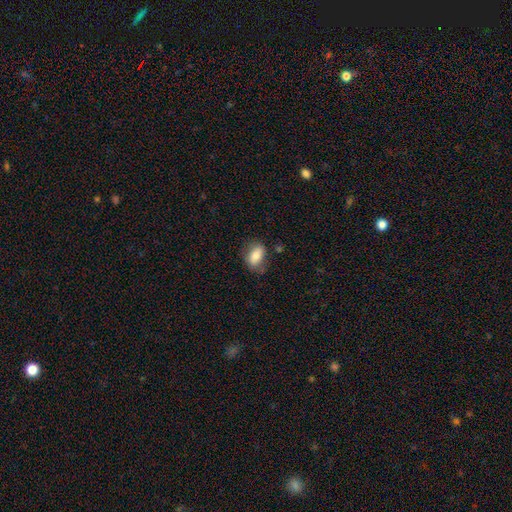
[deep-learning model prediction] smooth-or-featured: smooth: 78% | featured or disk: 14% | star or artifact: 8%
  how-rounded: in between: 85% | round: 11% | cigar-shaped: 4%
  merging: none: 67% | minor disturbance: 22% | major disturbance: 8% | merger: 3%